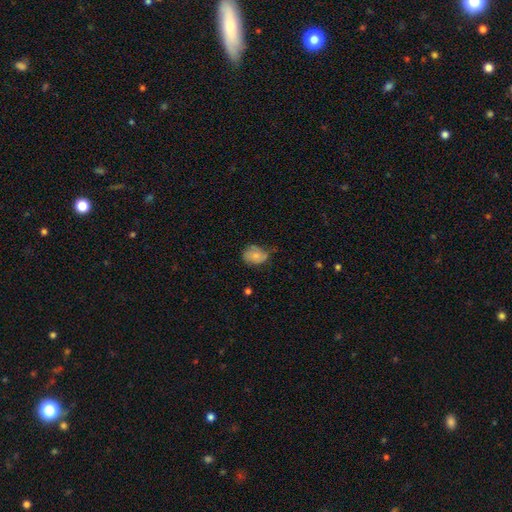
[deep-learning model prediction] Smooth or featured?
  - smooth: 71% *
  - featured or disk: 21%
  - star or artifact: 8%
How rounded?
  - in between: 61% *
  - round: 38%
  - cigar-shaped: 1%
Merging?
  - none: 50% *
  - minor disturbance: 37%
  - major disturbance: 11%
  - merger: 2%